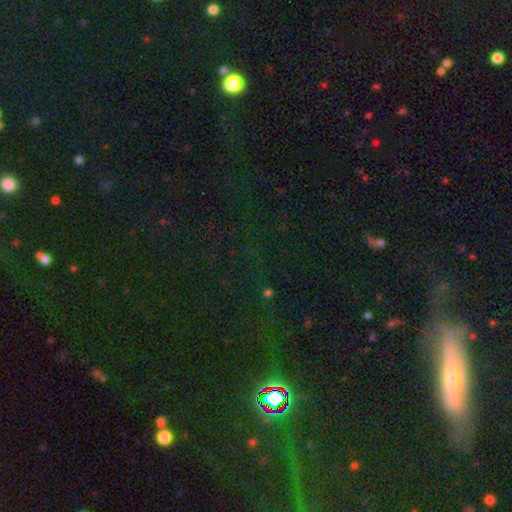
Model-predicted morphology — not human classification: This appears to be a star or artifact, not a galaxy (63%).